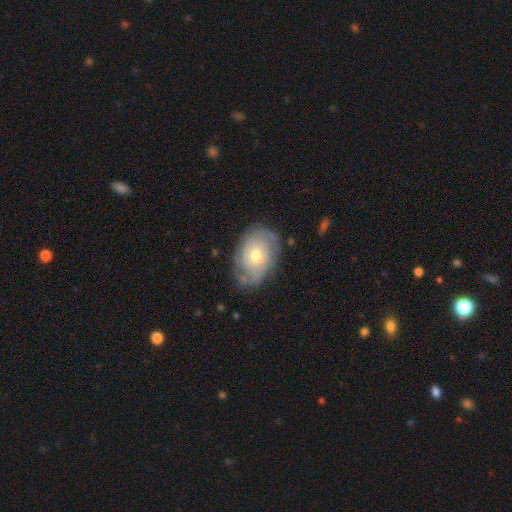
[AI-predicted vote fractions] A featured or disk galaxy (71%) with no bar (73%), tight (63%) spiral arms (83%) and a moderate central bulge (70%).

Vote fractions:
- Smooth or featured? featured or disk: 71% / smooth: 22% / star or artifact: 6%
- Edge-on disk? no: 95% / yes: 5%
- Bar? no: 73% / weak: 23% / strong: 4%
- Spiral arms? yes: 83% / no: 17%
- Spiral winding? tight: 63% / medium: 28% / loose: 9%
- Spiral arm count? can't tell: 39% / 2: 37% / 3: 12% / 1: 5% / 4: 4% / more than 4: 3%
- Bulge size? moderate: 70% / small: 24% / large: 4% / none: 1% / dominant: 1%
- Merging? none: 72% / minor disturbance: 21% / major disturbance: 6% / merger: 1%